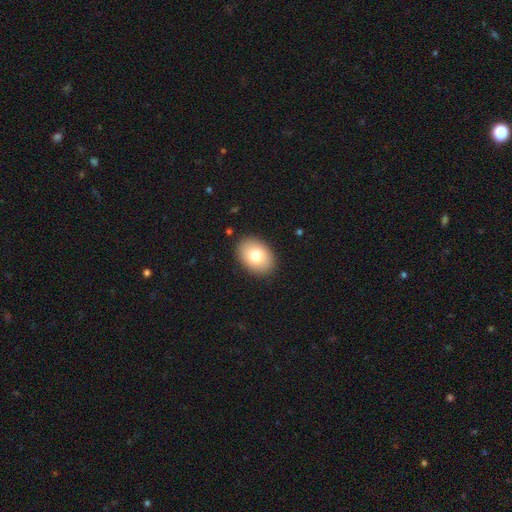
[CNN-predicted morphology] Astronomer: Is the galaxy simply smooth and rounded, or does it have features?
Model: smooth — 78%.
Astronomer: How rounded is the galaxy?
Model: in between — 76%.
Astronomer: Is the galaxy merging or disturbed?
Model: none — 90%.